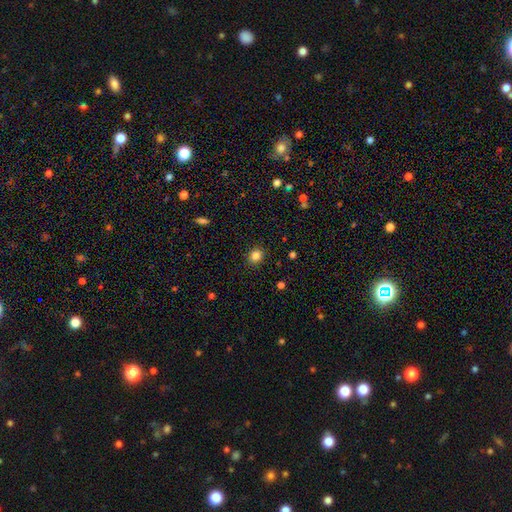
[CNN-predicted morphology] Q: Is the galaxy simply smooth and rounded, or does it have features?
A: smooth — 83%.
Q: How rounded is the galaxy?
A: round — 73%.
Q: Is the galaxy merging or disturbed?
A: none — 90%.